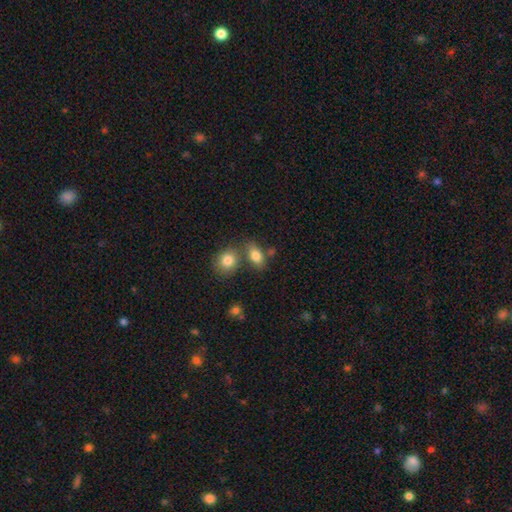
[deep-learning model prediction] smooth-or-featured: smooth: 82% | featured or disk: 10% | star or artifact: 9%
  how-rounded: in between: 82% | round: 15% | cigar-shaped: 4%
  merging: none: 54% | merger: 29% | minor disturbance: 13% | major disturbance: 5%